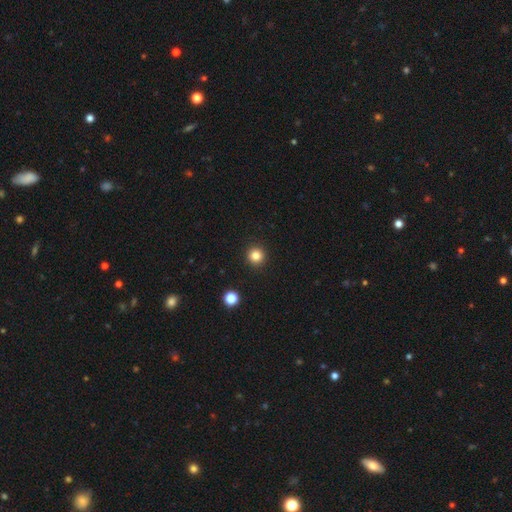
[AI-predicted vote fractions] Smooth or featured?
  - smooth: 83% *
  - star or artifact: 12%
  - featured or disk: 5%
How rounded?
  - round: 95% *
  - in between: 4%
  - cigar-shaped: 1%
Merging?
  - none: 93% *
  - minor disturbance: 4%
  - major disturbance: 2%
  - merger: 1%